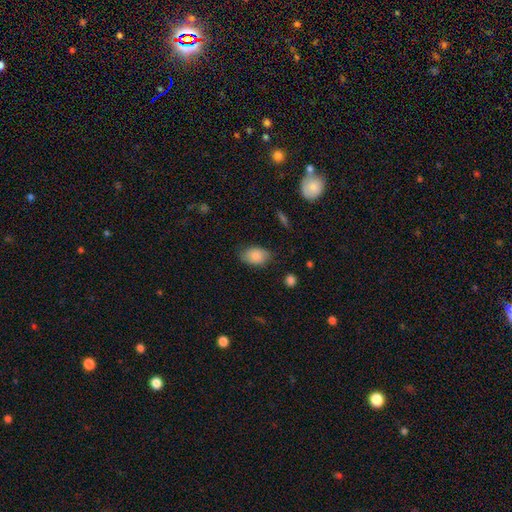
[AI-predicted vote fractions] The model was most divided on "merging": none: 77%, minor disturbance: 18%, major disturbance: 4%, merger: 1%. More confident: how rounded — in between (89%); smooth or featured — smooth (84%).